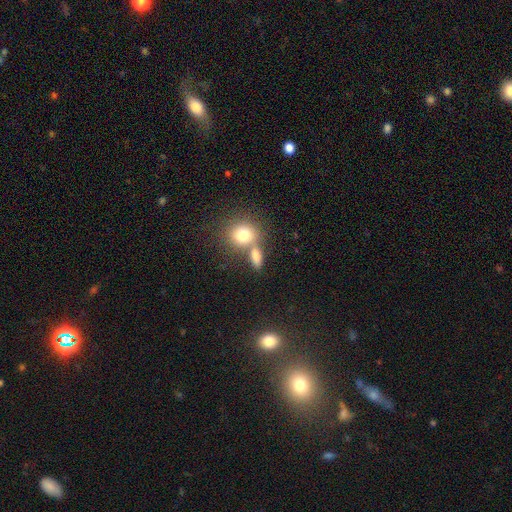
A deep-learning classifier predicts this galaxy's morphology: Smooth or featured: smooth — 78% (star or artifact — 11%)
How rounded: in between — 54% (round — 36%)
Merging: none — 53% (merger — 31%)